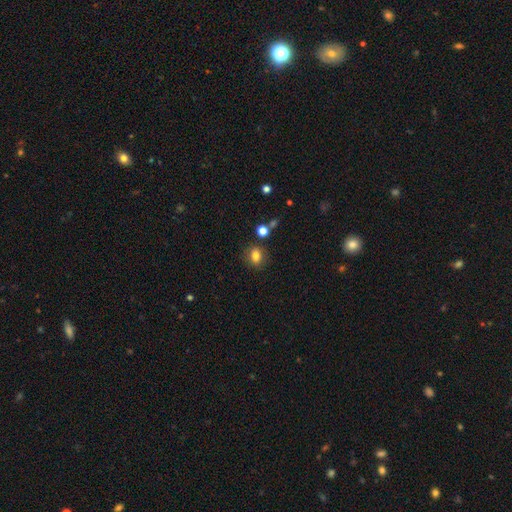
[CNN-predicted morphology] type=smooth (81%); roundness=in between (53%); merging=none (79%).